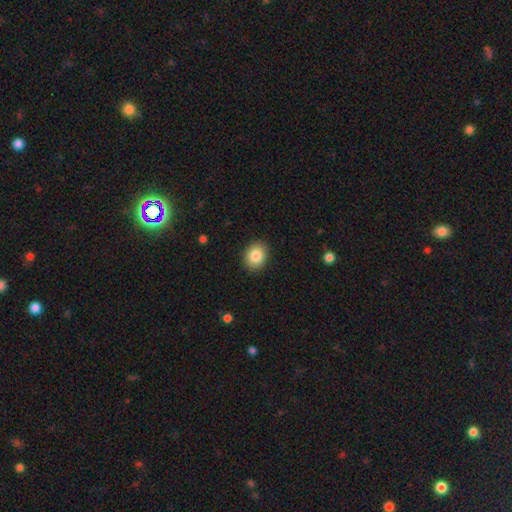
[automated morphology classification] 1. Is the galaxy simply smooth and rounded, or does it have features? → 85% smooth, 8% star or artifact, 6% featured or disk.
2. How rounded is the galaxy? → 50% in between, 49% round, 1% cigar-shaped.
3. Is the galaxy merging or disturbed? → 90% none, 7% minor disturbance, 2% major disturbance, 1% merger.